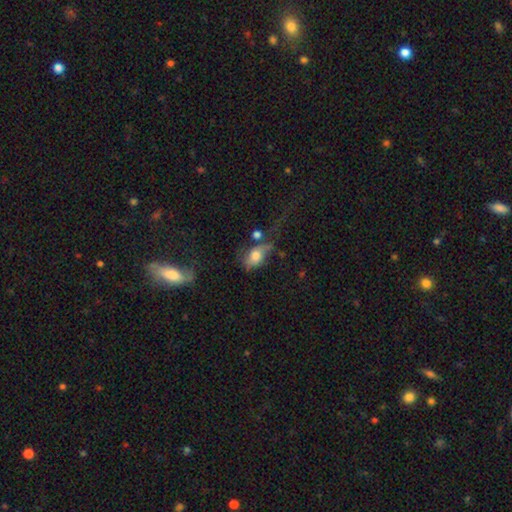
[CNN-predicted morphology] Overall: smooth (61%; featured or disk 29%). How rounded: in between (80%). Merging: major disturbance (33%; none 26%).